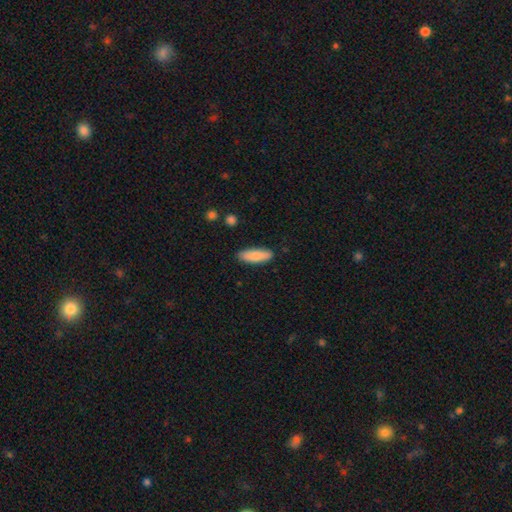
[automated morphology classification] Overall: smooth (84%). How rounded: in between (57%; cigar-shaped 41%). Merging: none (87%).